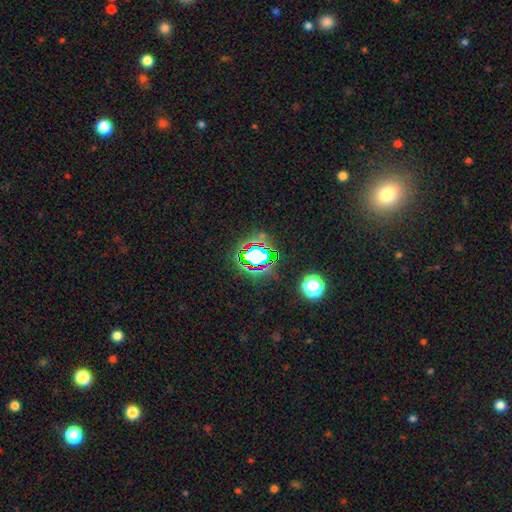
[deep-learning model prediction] Smooth or featured? star or artifact (63%)